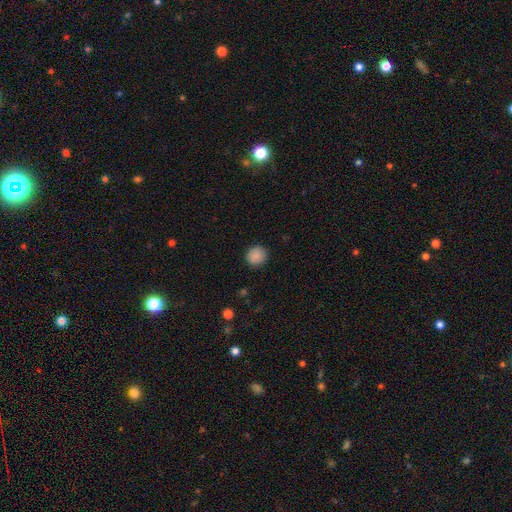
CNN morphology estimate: smooth 88%, star or artifact 9%, featured or disk 3%. Down the decision tree: how rounded — round (89%); merging — none (90%).